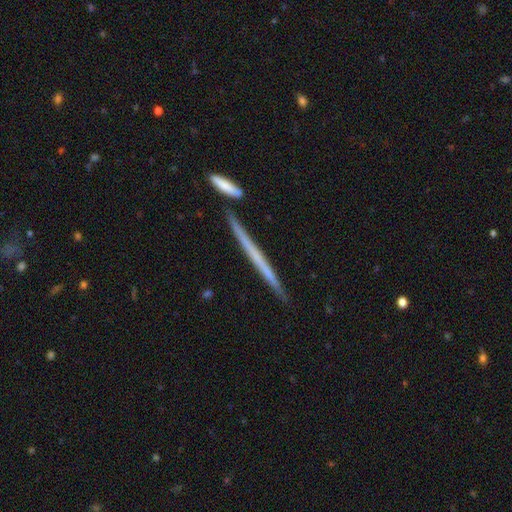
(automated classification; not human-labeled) The model was most divided on "smooth or featured": featured or disk: 55%, smooth: 38%, star or artifact: 7%. More confident: edge-on disk — yes (97%); edge-on bulge — none (89%); merging — none (83%).